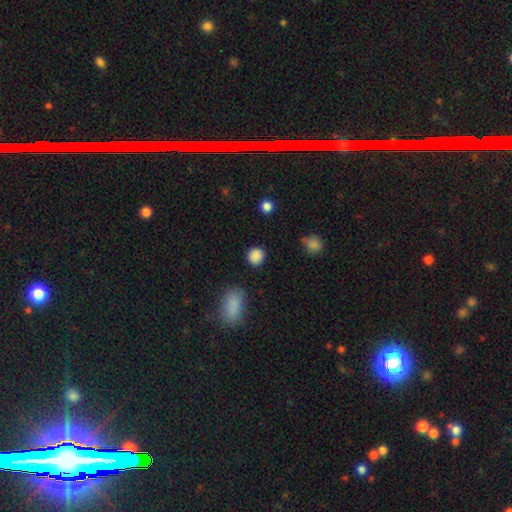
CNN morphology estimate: smooth 87%, star or artifact 10%, featured or disk 3%. Down the decision tree: how rounded — round (85%); merging — none (86%).